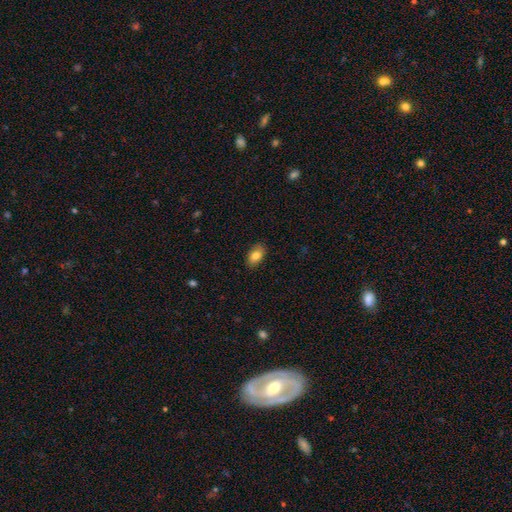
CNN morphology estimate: type=smooth (81%); roundness=in between (92%); merging=none (87%).